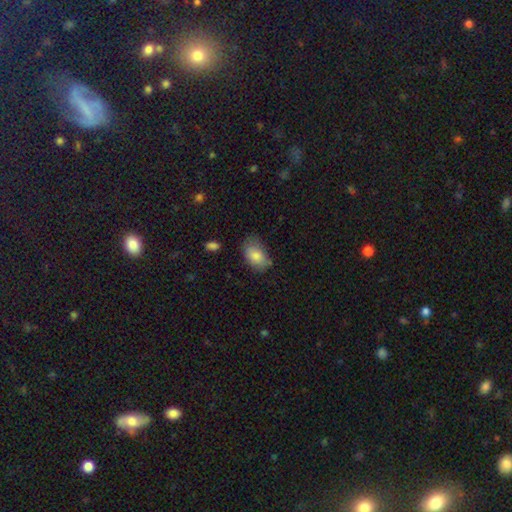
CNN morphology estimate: A smooth galaxy with no disk features (81%) that is in between round and cigar-shaped (90%). Merging: none (65%).